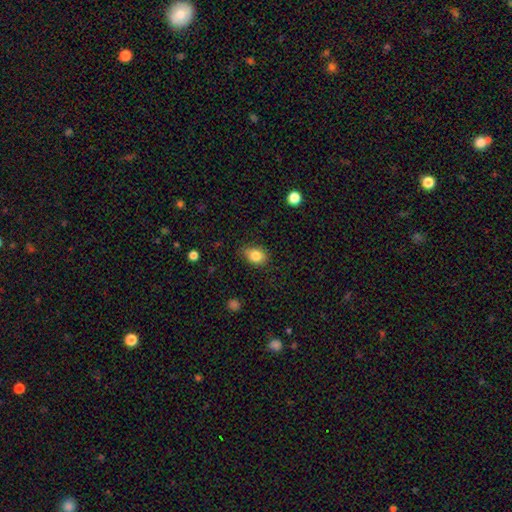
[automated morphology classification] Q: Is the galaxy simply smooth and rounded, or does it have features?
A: smooth — 84%.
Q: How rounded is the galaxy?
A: in between — 65%.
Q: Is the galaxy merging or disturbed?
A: none — 77%.